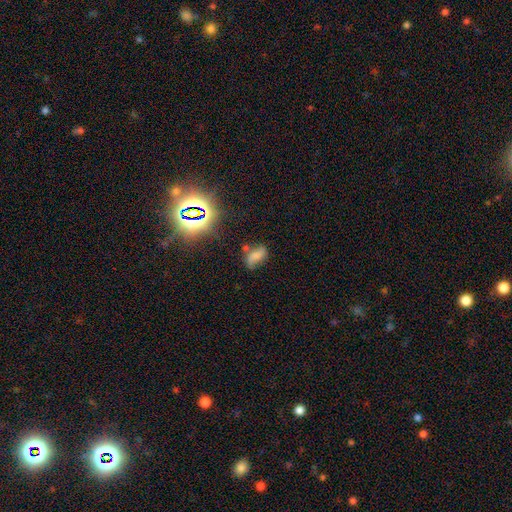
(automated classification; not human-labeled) smooth-or-featured: smooth: 52% | featured or disk: 28% | star or artifact: 19%
  how-rounded: in between: 87% | round: 8% | cigar-shaped: 6%
  merging: none: 55% | minor disturbance: 26% | major disturbance: 10% | merger: 10%